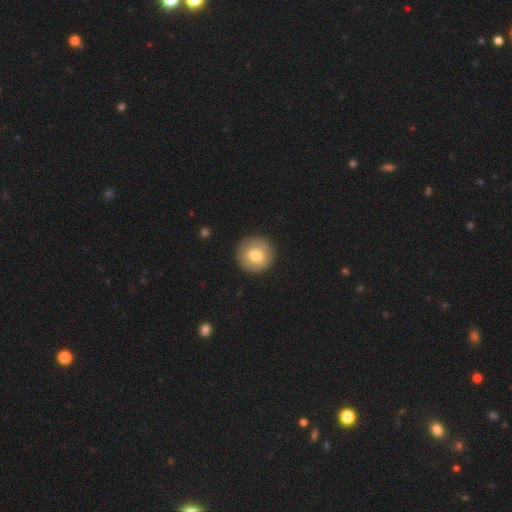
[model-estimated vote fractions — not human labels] Overall: smooth (72%). How rounded: round (93%). Merging: none (90%).